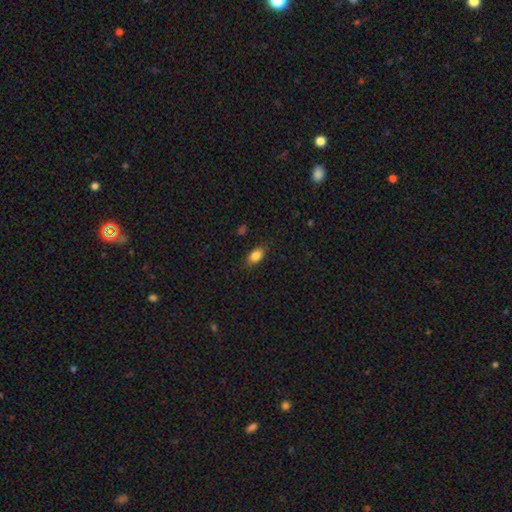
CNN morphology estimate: Smooth or featured? Predicted: smooth (p=0.85). How rounded? Predicted: in between (p=0.87). Merging? Predicted: none (p=0.83).